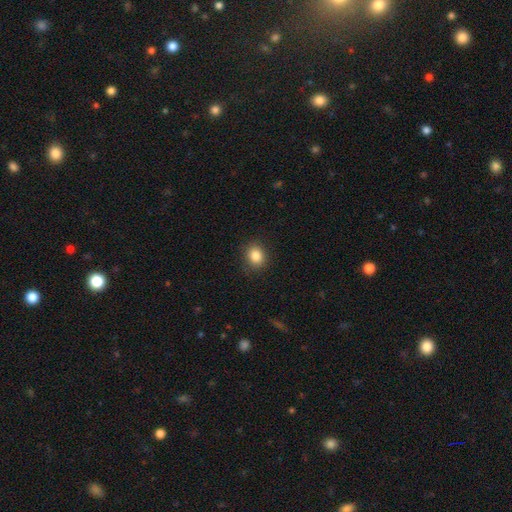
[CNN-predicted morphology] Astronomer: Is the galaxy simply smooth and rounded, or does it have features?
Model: smooth — 85%.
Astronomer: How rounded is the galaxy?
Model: round — 59% (runner-up: in between, 40%).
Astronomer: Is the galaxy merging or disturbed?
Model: none — 88%.